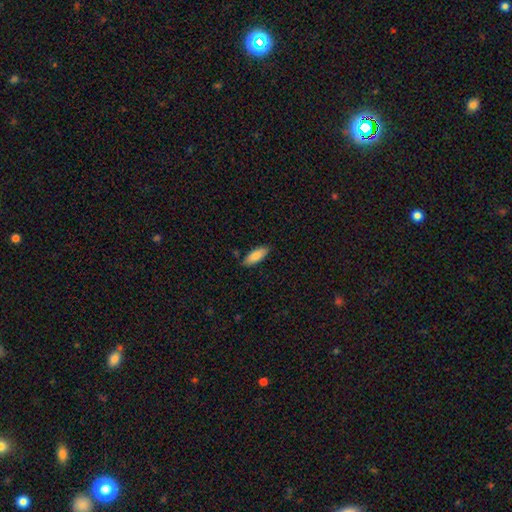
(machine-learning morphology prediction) This appears to be a smooth galaxy with no disk features (84%) that is in between round and cigar-shaped (73%). Merging: none (84%).